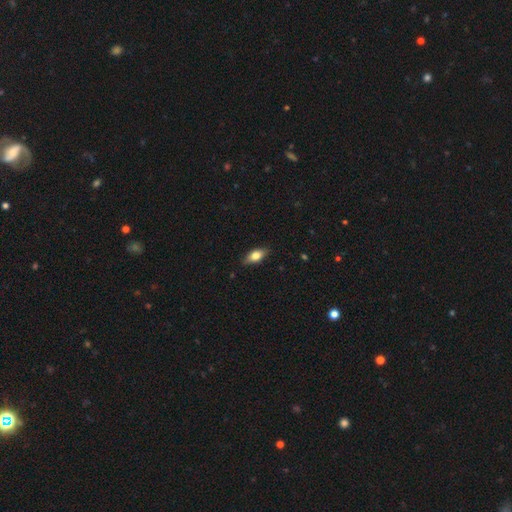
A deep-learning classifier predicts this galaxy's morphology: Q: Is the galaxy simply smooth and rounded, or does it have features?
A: smooth — 69%.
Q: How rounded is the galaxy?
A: in between — 82%.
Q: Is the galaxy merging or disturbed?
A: none — 83%.